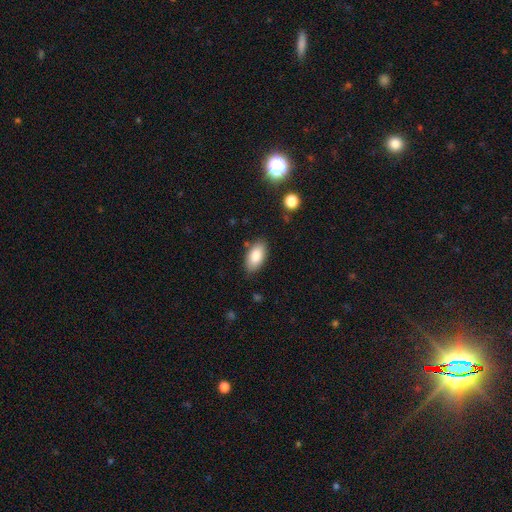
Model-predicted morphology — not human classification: Smooth or featured: smooth — 82% (featured or disk — 11%)
How rounded: in between — 93% (cigar-shaped — 4%)
Merging: none — 85% (minor disturbance — 11%)